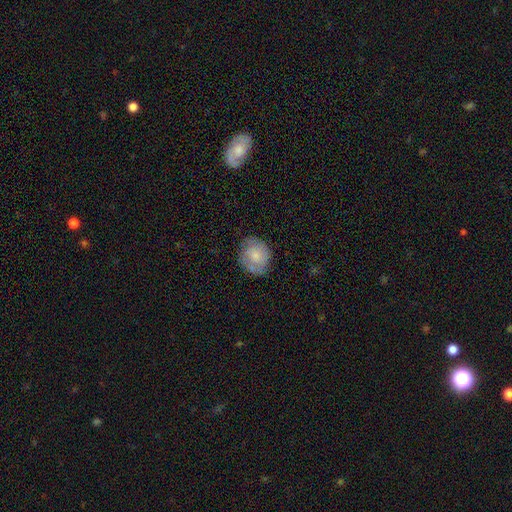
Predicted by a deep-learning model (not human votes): Smooth or featured? Predicted: smooth (p=0.47). Merging? Predicted: none (p=0.71).